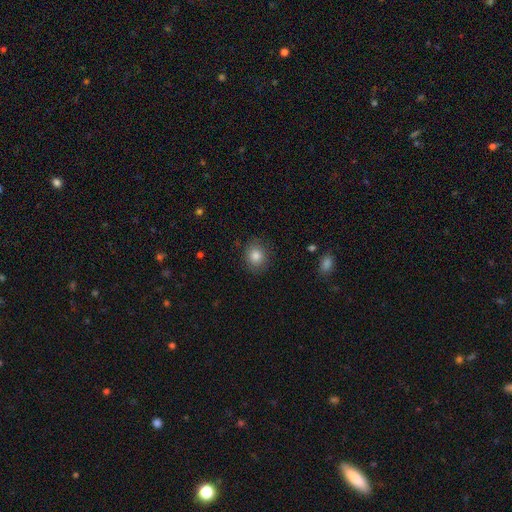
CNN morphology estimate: A smooth galaxy with no disk features (83%) that is round (72%).

Vote fractions:
- Smooth or featured? smooth: 83% / star or artifact: 9% / featured or disk: 8%
- How rounded? round: 72% / in between: 27% / cigar-shaped: 1%
- Merging? none: 84% / minor disturbance: 11% / major disturbance: 3% / merger: 1%